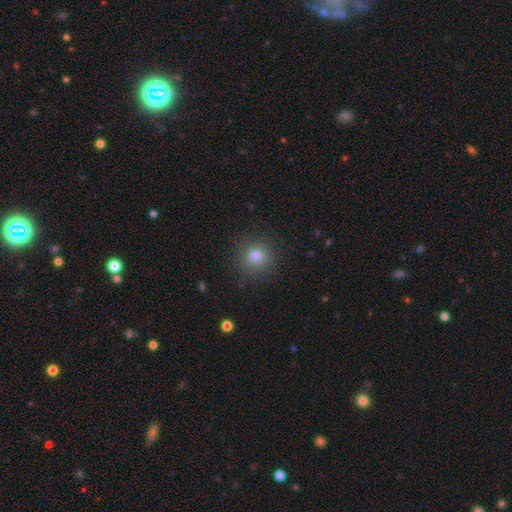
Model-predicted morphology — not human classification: A smooth galaxy with no disk features (81%) that is round (91%). Merging: none (88%).